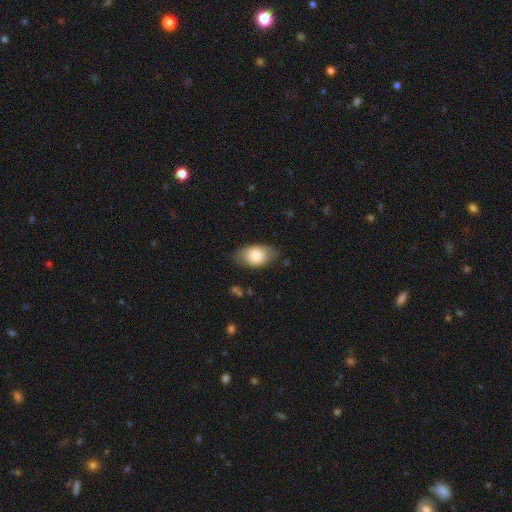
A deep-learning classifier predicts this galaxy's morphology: Q: Smooth or featured?
A: smooth (77%); runner-up: featured or disk (17%)
Q: How rounded?
A: in between (88%); runner-up: round (11%)
Q: Merging?
A: none (75%); runner-up: minor disturbance (18%)